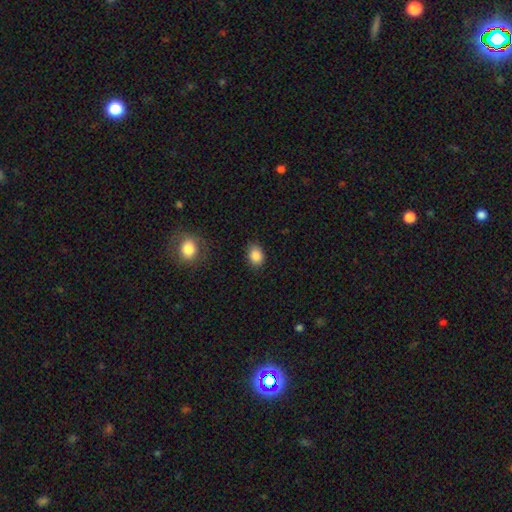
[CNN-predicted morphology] The model was most divided on "how rounded": in between: 69%, round: 29%, cigar-shaped: 1%. More confident: smooth or featured — smooth (86%); merging — none (84%).